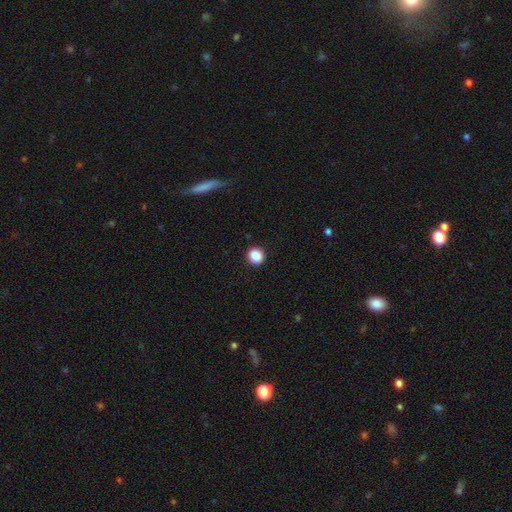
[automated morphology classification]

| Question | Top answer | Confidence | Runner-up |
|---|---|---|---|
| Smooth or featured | smooth | 88% | star or artifact (9%) |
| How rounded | round | 86% | in between (13%) |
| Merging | none | 92% | minor disturbance (5%) |